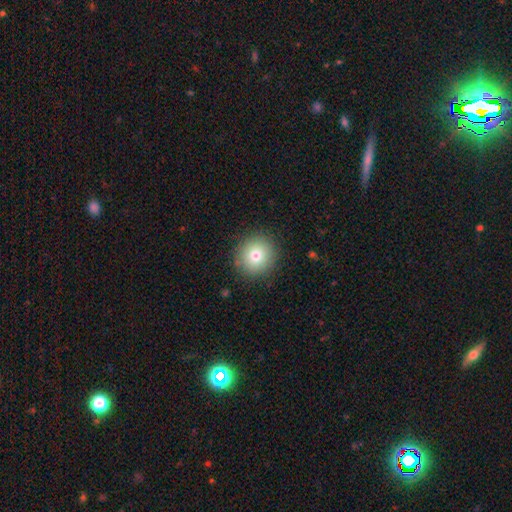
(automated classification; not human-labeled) A smooth galaxy with no disk features (75%) that is round (91%).

Vote fractions:
- Smooth or featured? smooth: 75% / star or artifact: 14% / featured or disk: 11%
- How rounded? round: 91% / in between: 8% / cigar-shaped: 1%
- Merging? none: 91% / minor disturbance: 6% / major disturbance: 2% / merger: 1%